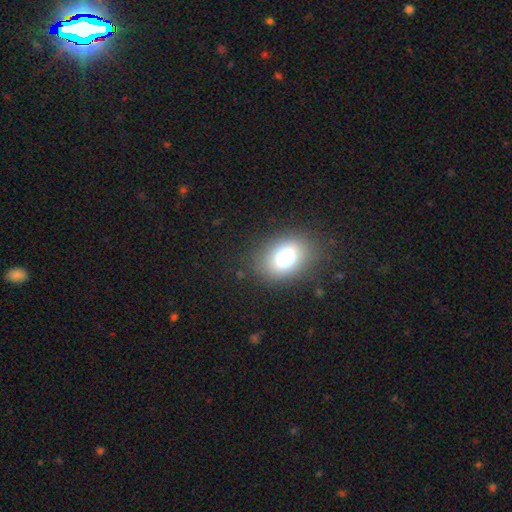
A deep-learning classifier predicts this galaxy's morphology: Smooth or featured? smooth (75%)
How rounded? in between (71%)
Merging? none (90%)